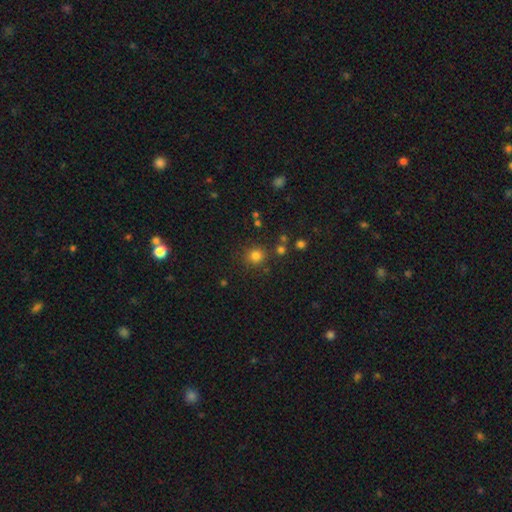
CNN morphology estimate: Q: Smooth or featured?
A: smooth (79%); runner-up: star or artifact (15%)
Q: How rounded?
A: round (88%); runner-up: in between (11%)
Q: Merging?
A: none (82%); runner-up: minor disturbance (9%)